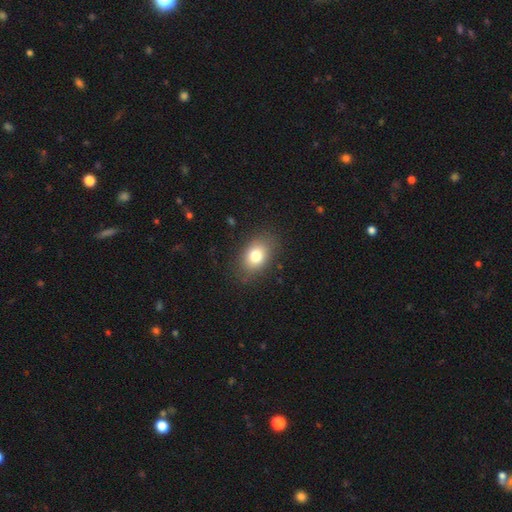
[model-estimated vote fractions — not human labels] The model was most divided on "how rounded": in between: 78%, round: 21%, cigar-shaped: 1%. More confident: merging — none (84%); smooth or featured — smooth (79%).